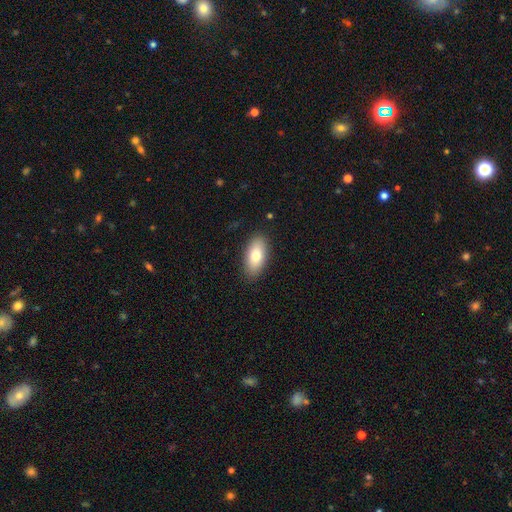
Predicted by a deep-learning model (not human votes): Morphology: type=smooth (76%); roundness=in between (90%); merging=none (87%).